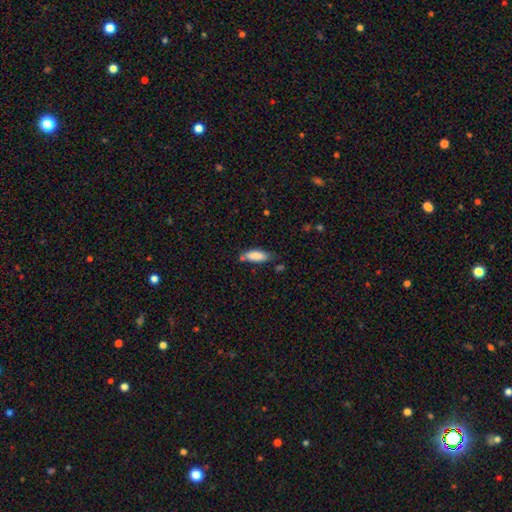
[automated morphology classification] Q: Smooth or featured?
A: smooth (85%); runner-up: featured or disk (8%)
Q: How rounded?
A: in between (64%); runner-up: cigar-shaped (34%)
Q: Merging?
A: none (65%); runner-up: minor disturbance (23%)